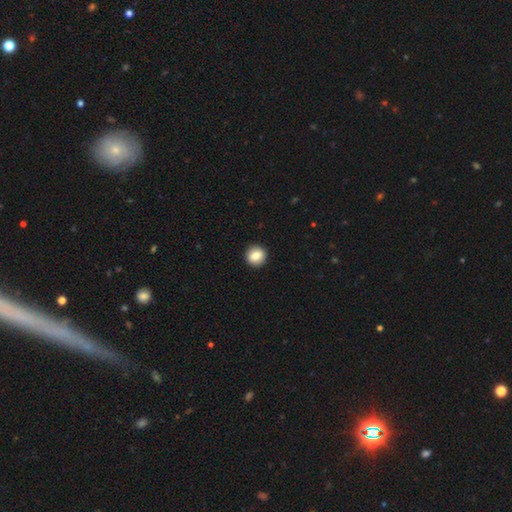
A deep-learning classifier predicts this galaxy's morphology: smooth-or-featured: smooth: 83% | featured or disk: 9% | star or artifact: 8%
  how-rounded: round: 91% | in between: 8% | cigar-shaped: 1%
  merging: none: 93% | minor disturbance: 4% | major disturbance: 1% | merger: 1%